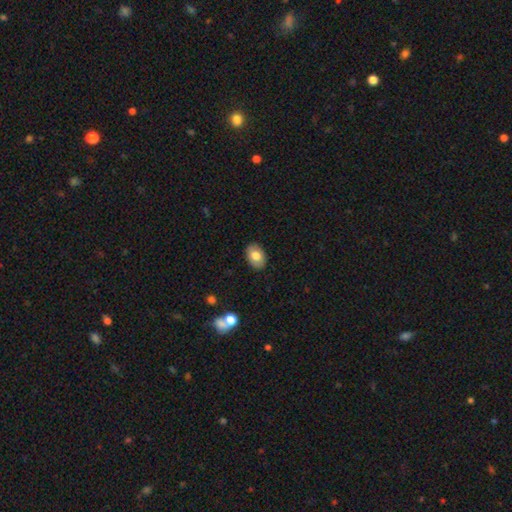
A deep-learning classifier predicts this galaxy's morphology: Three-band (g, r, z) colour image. It shows a smooth galaxy with no disk features (77%) that is in between round and cigar-shaped (82%). Merging: none (88%).